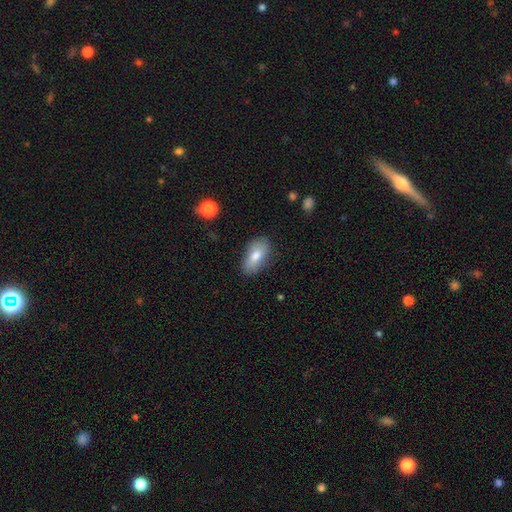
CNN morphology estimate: This is likely a smooth galaxy (76%). How rounded: clearly in between (91%). Merging: clearly none (81%).